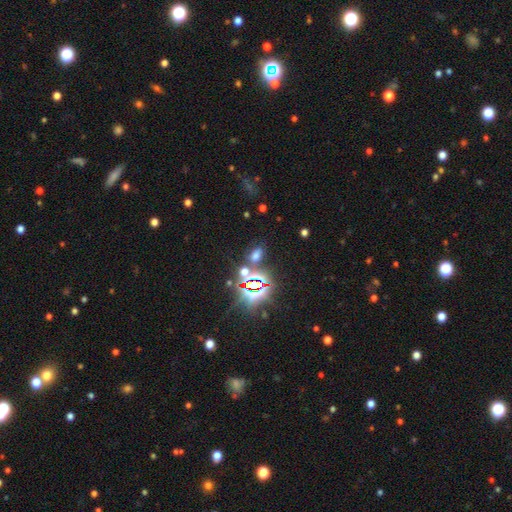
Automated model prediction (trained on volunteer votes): Smooth or featured? star or artifact (47%)